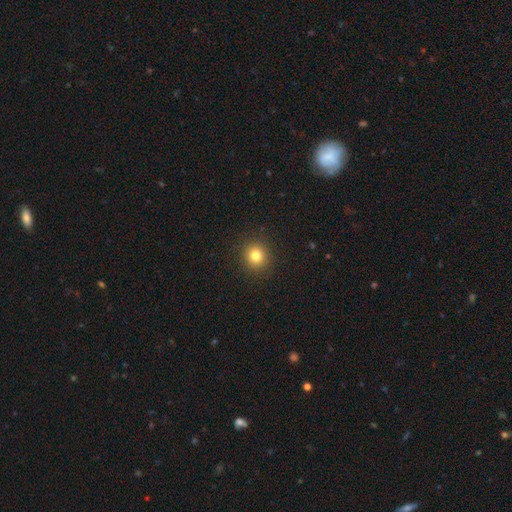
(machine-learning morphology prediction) Smooth or featured: smooth — 81% (star or artifact — 13%)
How rounded: round — 90% (in between — 9%)
Merging: none — 91% (minor disturbance — 6%)